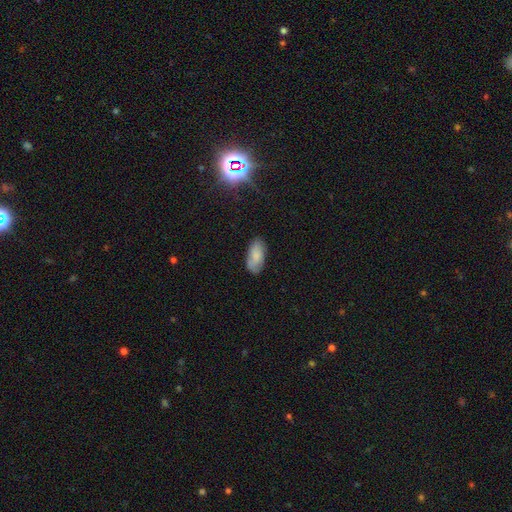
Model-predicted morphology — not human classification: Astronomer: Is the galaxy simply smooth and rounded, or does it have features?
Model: smooth — 78%.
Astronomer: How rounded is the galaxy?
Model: in between — 92%.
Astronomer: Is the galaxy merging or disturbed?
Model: none — 76%.